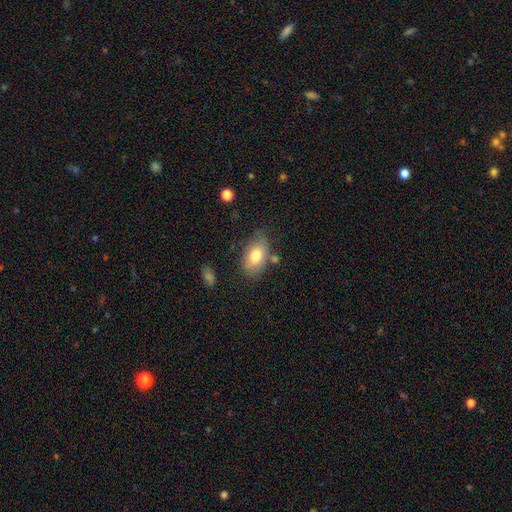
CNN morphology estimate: type=smooth (75%); roundness=in between (90%); merging=none (67%).